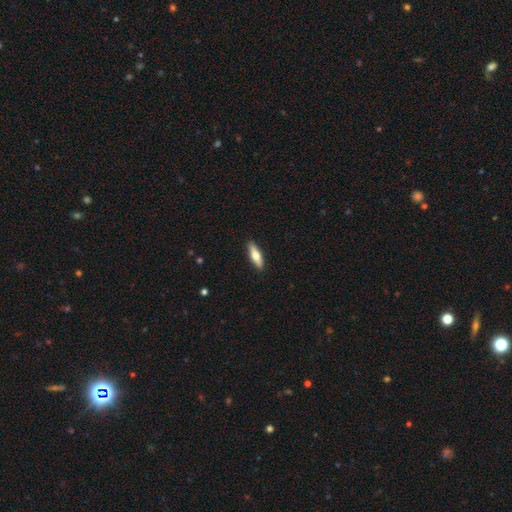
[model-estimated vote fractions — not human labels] Smooth or featured?
  - smooth: 63% *
  - featured or disk: 32%
  - star or artifact: 5%
How rounded?
  - cigar-shaped: 59% *
  - in between: 39%
  - round: 2%
Merging?
  - none: 90% *
  - minor disturbance: 7%
  - major disturbance: 2%
  - merger: 1%